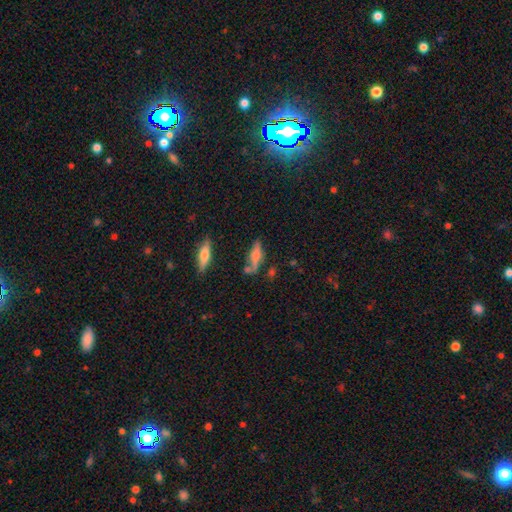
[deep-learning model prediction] Overall: smooth (51%; featured or disk 41%). How rounded: cigar-shaped (63%; in between 34%). Merging: none (62%).